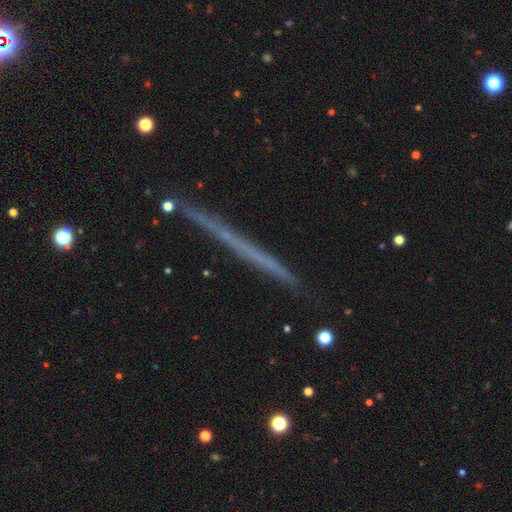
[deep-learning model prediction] smooth-or-featured: featured or disk: 54% | smooth: 35% | star or artifact: 11%
  disk-edge-on: yes: 96% | no: 4%
    edge-on-bulge: none: 92% | rounded: 5% | boxy: 3%
  merging: none: 87% | minor disturbance: 9% | major disturbance: 2% | merger: 2%